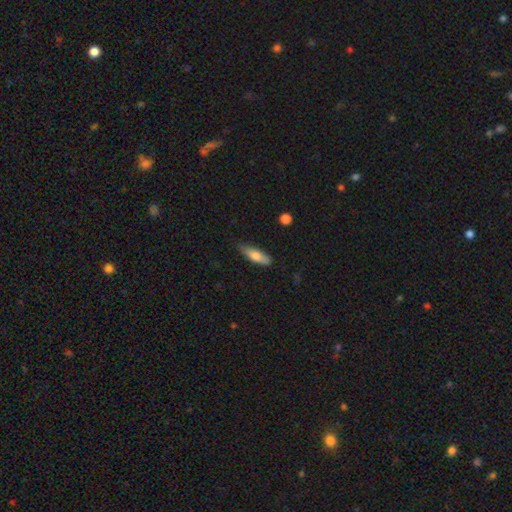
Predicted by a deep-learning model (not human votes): smooth-or-featured: smooth: 71% | featured or disk: 23% | star or artifact: 6%
  how-rounded: cigar-shaped: 54% | in between: 44% | round: 2%
  merging: none: 72% | minor disturbance: 22% | major disturbance: 4% | merger: 2%